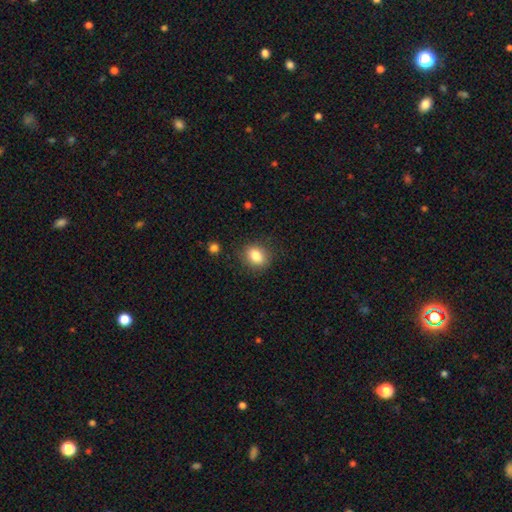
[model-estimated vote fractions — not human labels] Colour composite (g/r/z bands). It shows a smooth galaxy with no disk features (84%) that is in between round and cigar-shaped (53%). Merging: none (84%).